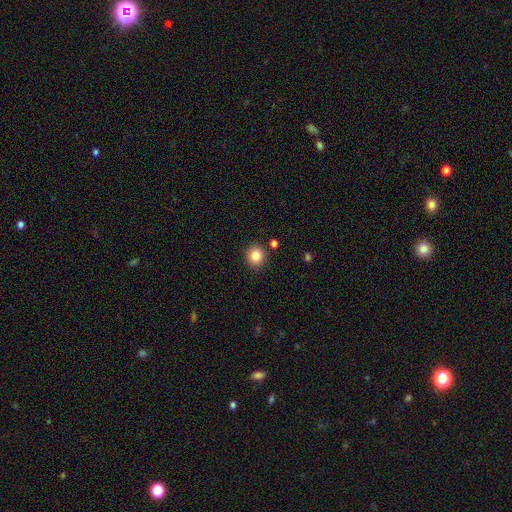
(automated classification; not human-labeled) smooth 85%, star or artifact 10%, featured or disk 5%. Down the decision tree: how rounded — round (82%); merging — none (87%).